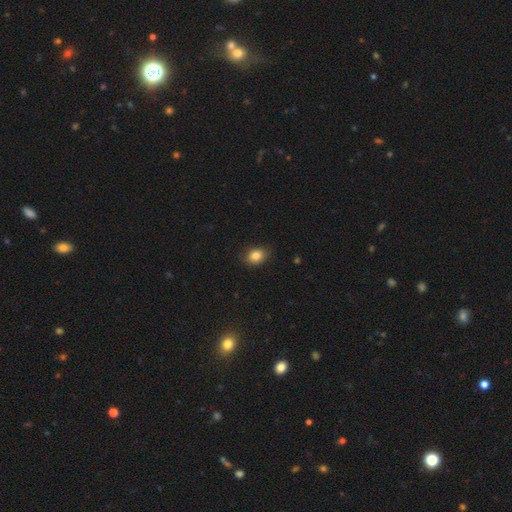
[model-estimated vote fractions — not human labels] smooth 84%, star or artifact 10%, featured or disk 6%. Down the decision tree: how rounded — in between (56%); merging — none (83%).